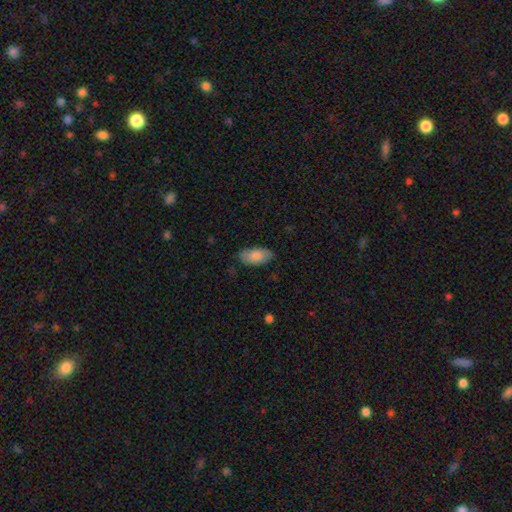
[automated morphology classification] smooth-or-featured: smooth: 81% | featured or disk: 13% | star or artifact: 6%
  how-rounded: in between: 93% | cigar-shaped: 4% | round: 3%
  merging: none: 78% | minor disturbance: 18% | major disturbance: 3% | merger: 1%